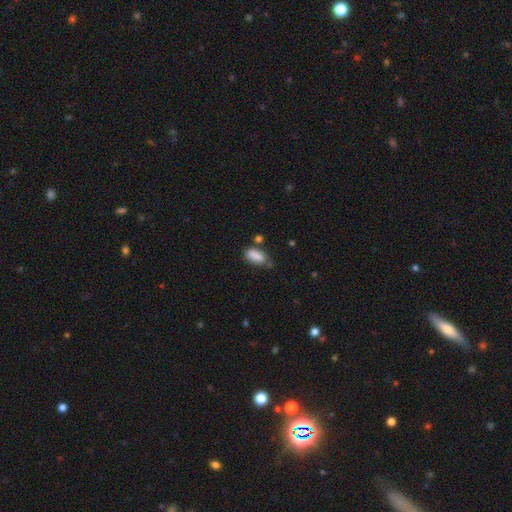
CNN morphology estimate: This is clearly a smooth galaxy (86%). How rounded: clearly in between (87%). Merging: possibly none (59%).